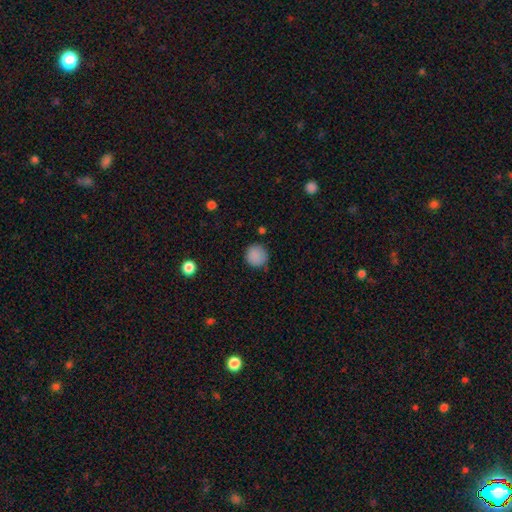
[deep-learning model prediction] Smooth or featured?
  - smooth: 87% *
  - star or artifact: 9%
  - featured or disk: 4%
How rounded?
  - round: 92% *
  - in between: 7%
  - cigar-shaped: 1%
Merging?
  - none: 82% *
  - minor disturbance: 13%
  - major disturbance: 3%
  - merger: 2%